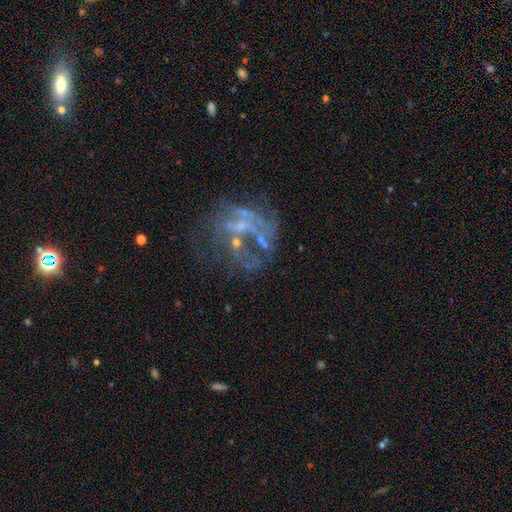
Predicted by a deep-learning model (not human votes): Overall: featured or disk (54%; star or artifact 30%). Edge-on disk: no (97%). Bar: no (77%). Spiral arms: no (66%; yes 34%). Bulge size: none (47%; small 38%). Merging: none (48%; major disturbance 26%).